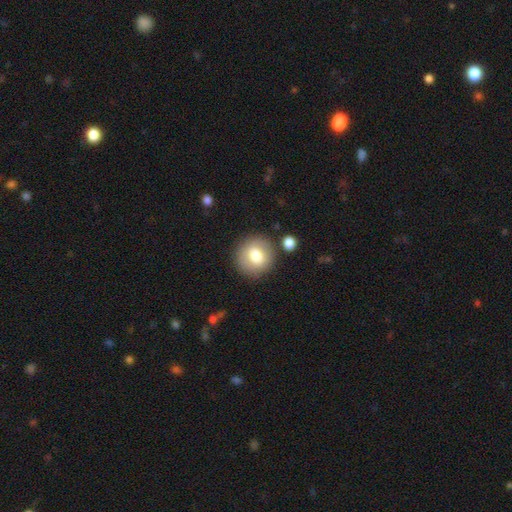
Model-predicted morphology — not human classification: This is likely a smooth galaxy (76%). How rounded: clearly round (88%). Merging: clearly none (84%).